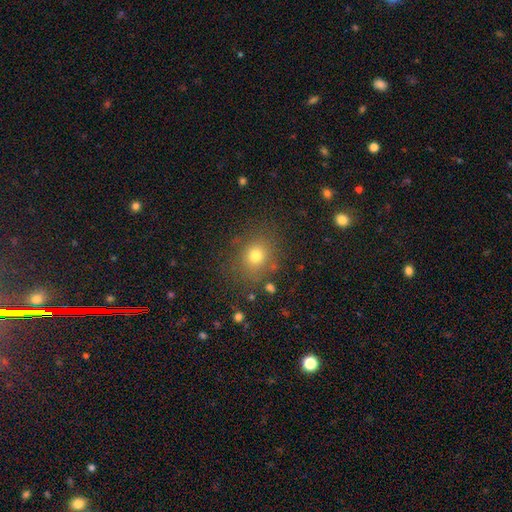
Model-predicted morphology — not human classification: smooth_or_featured: smooth (p=0.73) [alt: star or artifact p=0.16]
how_rounded: round (p=0.70) [alt: in between p=0.29]
merging: none (p=0.81) [alt: minor disturbance p=0.12]